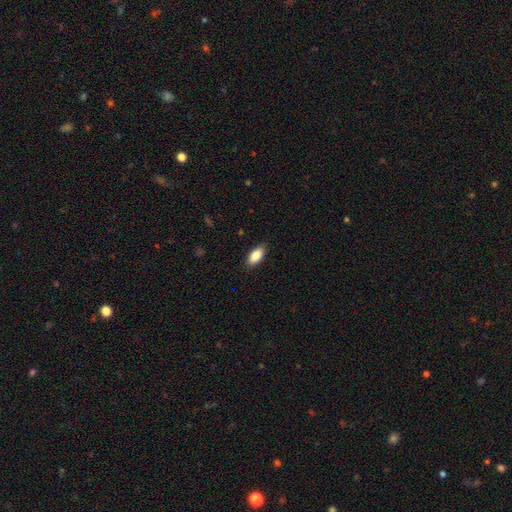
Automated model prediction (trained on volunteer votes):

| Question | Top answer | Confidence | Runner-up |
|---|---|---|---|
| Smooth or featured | smooth | 86% | featured or disk (7%) |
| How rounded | in between | 91% | cigar-shaped (7%) |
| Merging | none | 88% | minor disturbance (9%) |